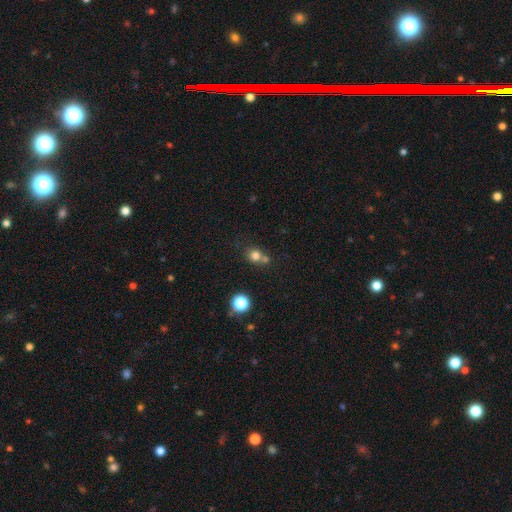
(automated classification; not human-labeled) The model was most divided on "merging": none: 48%, merger: 39%, minor disturbance: 9%, major disturbance: 4%. More confident: how rounded — round (81%); smooth or featured — smooth (76%).